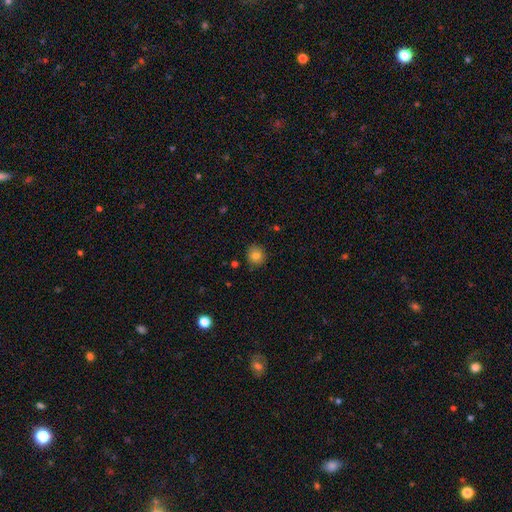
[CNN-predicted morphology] This is clearly a smooth galaxy (82%). How rounded: clearly round (89%). Merging: clearly none (87%).